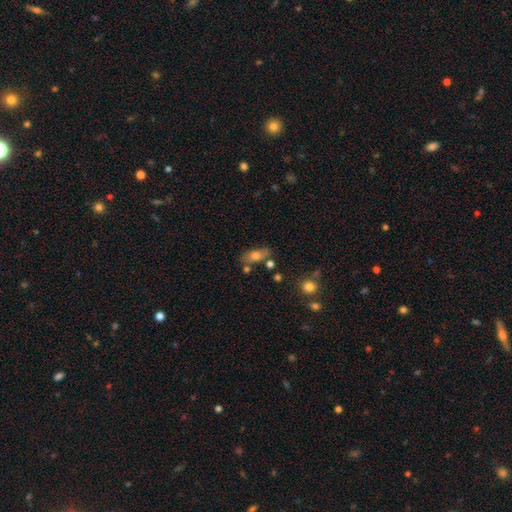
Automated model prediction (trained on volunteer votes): This is likely a smooth galaxy (70%). How rounded: likely in between (79%). Merging: likely none (64%).